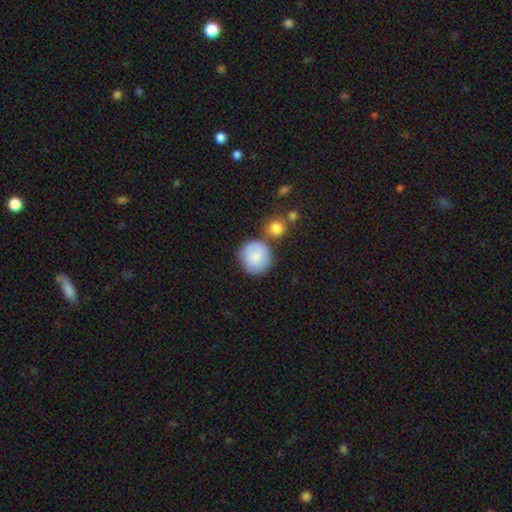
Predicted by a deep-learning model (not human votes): Smooth or featured?
  - smooth: 81% *
  - featured or disk: 12%
  - star or artifact: 6%
How rounded?
  - round: 91% *
  - in between: 8%
  - cigar-shaped: 1%
Merging?
  - none: 63% *
  - minor disturbance: 16%
  - merger: 16%
  - major disturbance: 5%